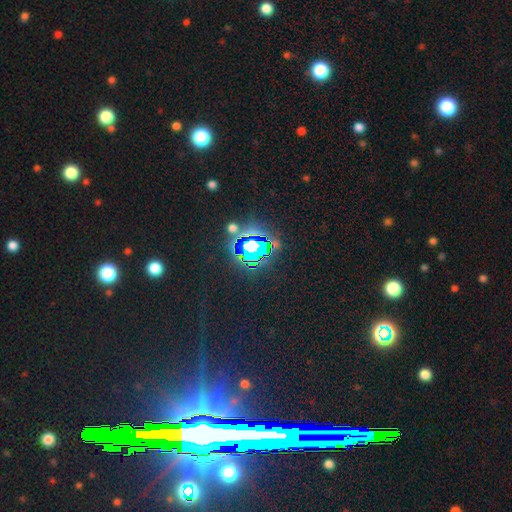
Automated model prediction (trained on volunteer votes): Overall: star or artifact (73%).